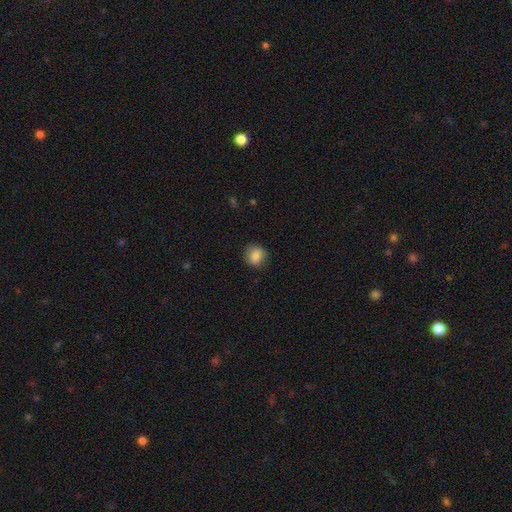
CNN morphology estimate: This appears to be a smooth galaxy with no disk features (84%) that is round (82%). Merging: none (80%).